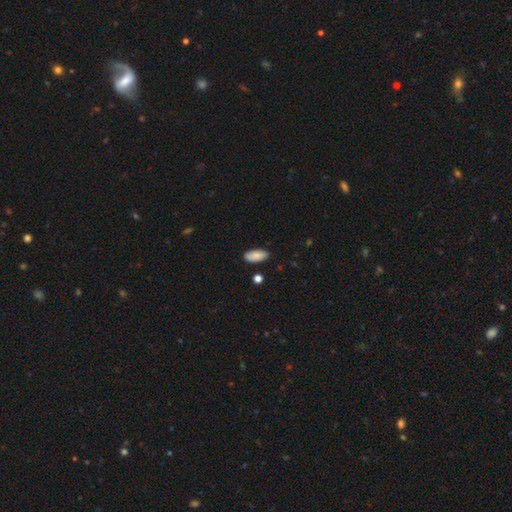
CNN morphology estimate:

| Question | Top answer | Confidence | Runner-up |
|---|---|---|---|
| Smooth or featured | smooth | 87% | featured or disk (7%) |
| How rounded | in between | 89% | cigar-shaped (9%) |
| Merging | none | 84% | minor disturbance (11%) |